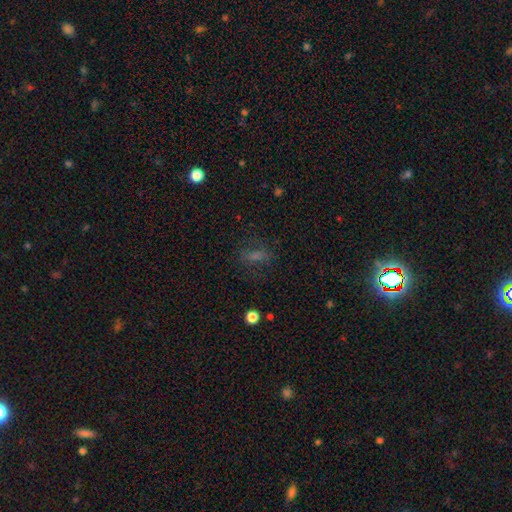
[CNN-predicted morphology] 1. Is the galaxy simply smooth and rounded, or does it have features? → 51% smooth, 30% star or artifact, 20% featured or disk.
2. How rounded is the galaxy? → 64% in between, 19% round, 17% cigar-shaped.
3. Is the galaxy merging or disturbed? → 73% none, 15% minor disturbance, 10% major disturbance, 2% merger.